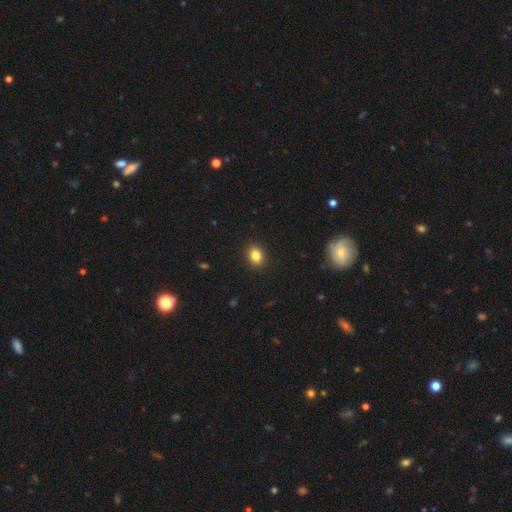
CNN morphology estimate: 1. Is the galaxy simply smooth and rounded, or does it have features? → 84% smooth, 10% star or artifact, 6% featured or disk.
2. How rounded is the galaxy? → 59% in between, 40% round, 1% cigar-shaped.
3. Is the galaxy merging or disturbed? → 91% none, 7% minor disturbance, 2% major disturbance, 1% merger.